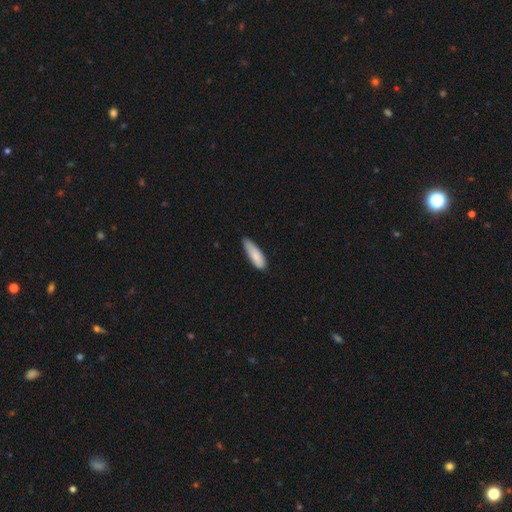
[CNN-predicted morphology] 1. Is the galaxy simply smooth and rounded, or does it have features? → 85% smooth, 9% featured or disk, 6% star or artifact.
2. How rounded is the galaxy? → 50% in between, 49% cigar-shaped, 2% round.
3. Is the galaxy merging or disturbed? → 61% none, 33% minor disturbance, 4% major disturbance, 2% merger.